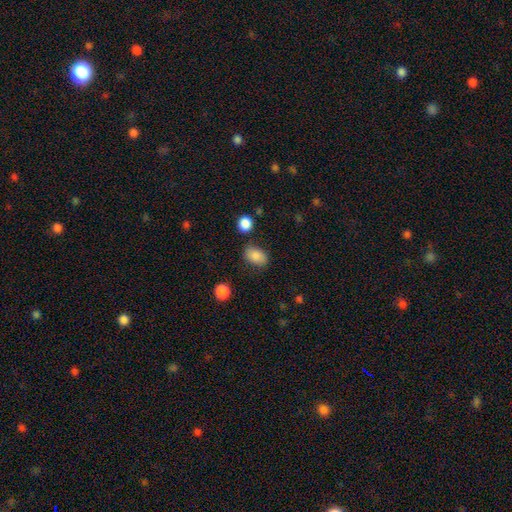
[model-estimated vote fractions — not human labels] A smooth galaxy with no disk features (86%) that is in between round and cigar-shaped (84%). Merging: none (78%).